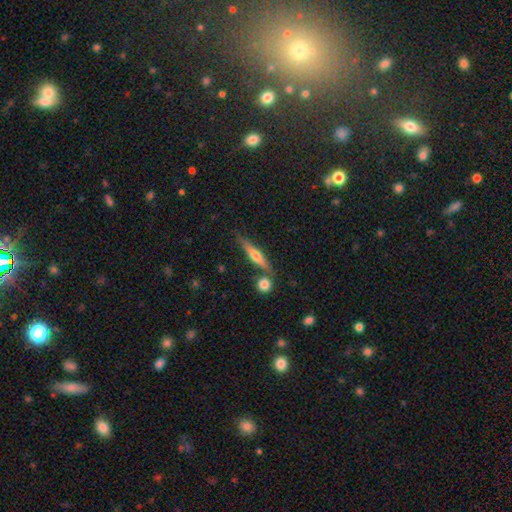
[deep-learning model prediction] A featured or disk galaxy (55%) viewed edge-on (94%) with a rounded central bulge (85%). Merging: none (74%).